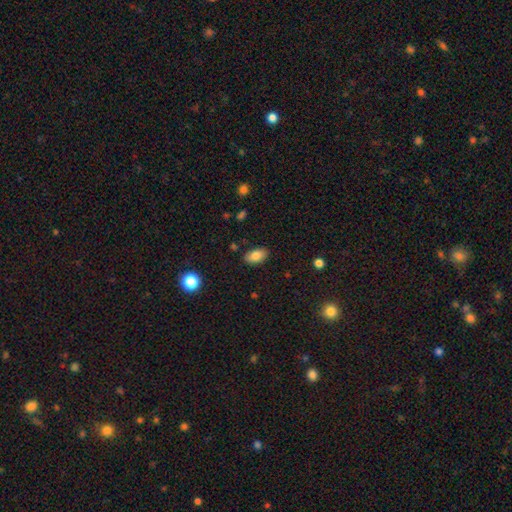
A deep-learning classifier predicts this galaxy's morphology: Smooth or featured? Predicted: smooth (p=0.83). How rounded? Predicted: in between (p=0.92). Merging? Predicted: none (p=0.85).